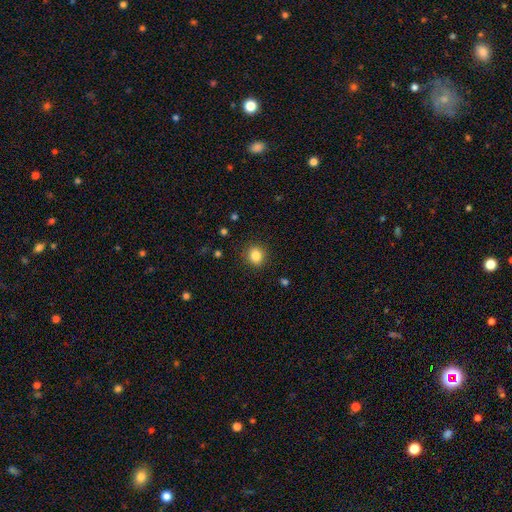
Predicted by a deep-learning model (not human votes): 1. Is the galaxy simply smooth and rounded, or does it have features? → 84% smooth, 11% star or artifact, 5% featured or disk.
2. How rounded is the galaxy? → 81% round, 18% in between, 1% cigar-shaped.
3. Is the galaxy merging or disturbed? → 89% none, 7% minor disturbance, 2% major disturbance, 1% merger.